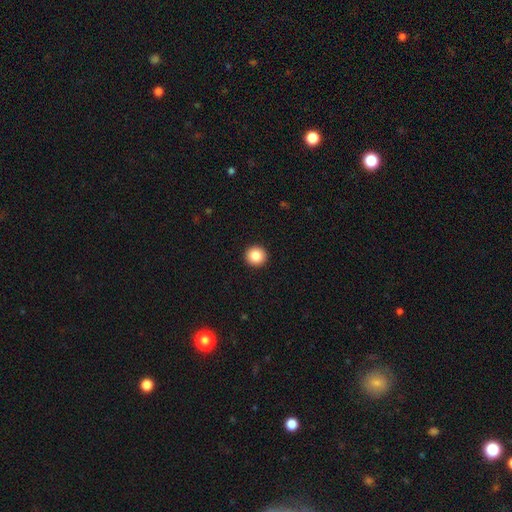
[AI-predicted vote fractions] smooth-or-featured: smooth: 85% | star or artifact: 9% | featured or disk: 6%
  how-rounded: round: 95% | in between: 4% | cigar-shaped: 1%
  merging: none: 94% | minor disturbance: 4% | major disturbance: 1% | merger: 1%